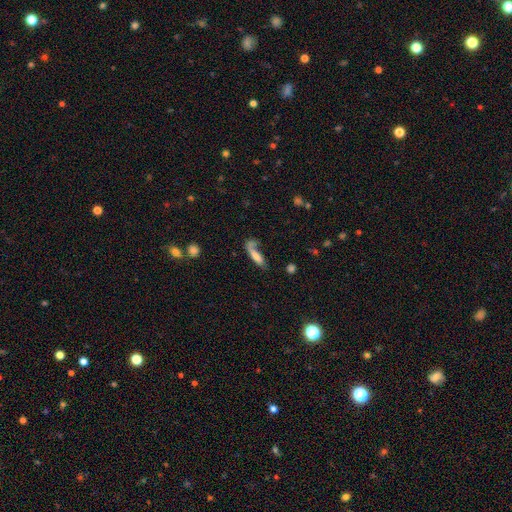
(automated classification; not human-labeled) smooth-or-featured: smooth: 67% | featured or disk: 25% | star or artifact: 8%
  how-rounded: cigar-shaped: 59% | in between: 38% | round: 3%
  merging: none: 39% | major disturbance: 23% | minor disturbance: 19% | merger: 18%